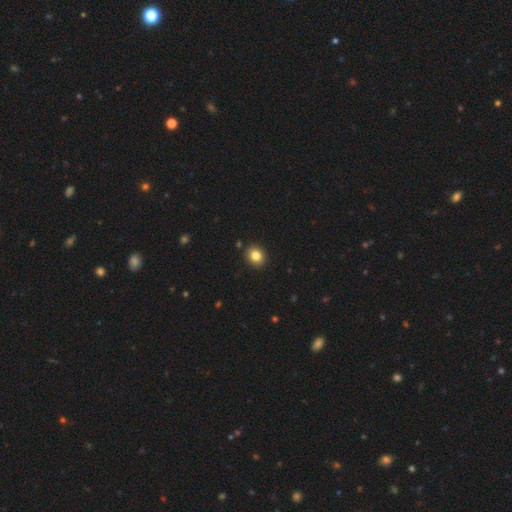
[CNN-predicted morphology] type=smooth (83%); roundness=round (74%); merging=none (91%).